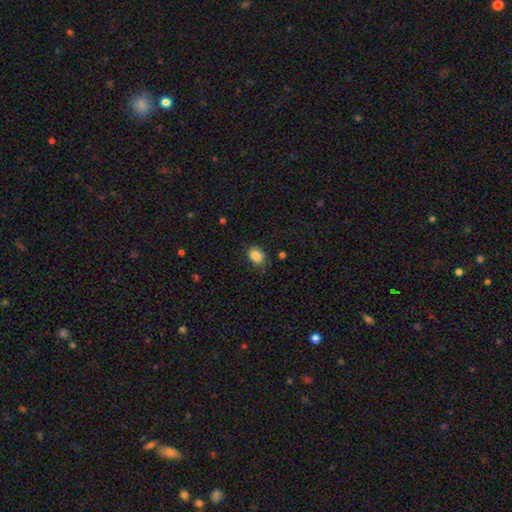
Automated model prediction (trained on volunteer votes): Smooth or featured? Predicted: smooth (p=0.86). How rounded? Predicted: in between (p=0.62). Merging? Predicted: none (p=0.78).